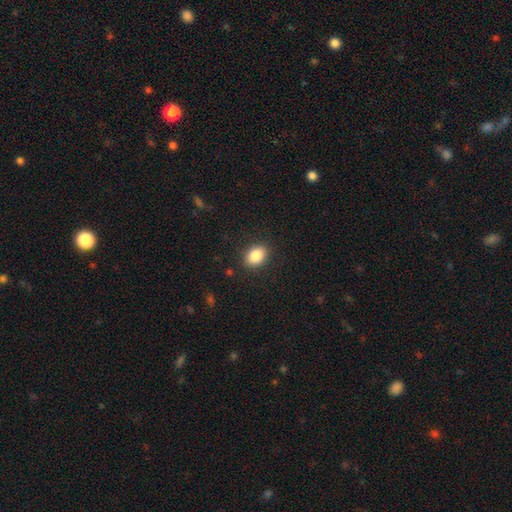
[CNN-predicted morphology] This appears to be a smooth galaxy with no disk features (86%) that is in between round and cigar-shaped (72%). Merging: none (88%).